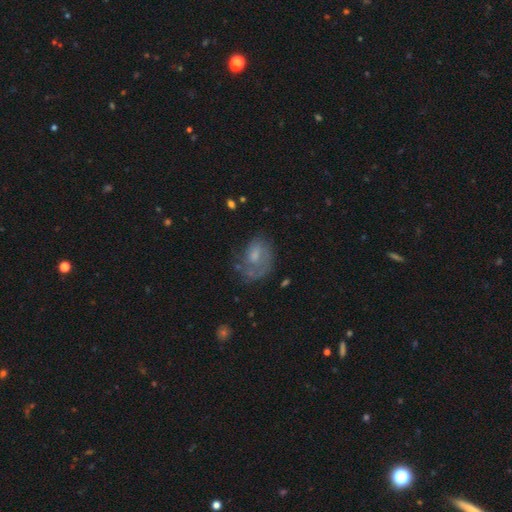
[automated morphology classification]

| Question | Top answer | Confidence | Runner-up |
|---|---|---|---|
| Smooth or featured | featured or disk | 55% | smooth (36%) |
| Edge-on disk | no | 96% | yes (4%) |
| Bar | no | 63% | weak (32%) |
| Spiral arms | yes | 66% | no (34%) |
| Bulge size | moderate | 39% | small (37%) |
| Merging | none | 49% | minor disturbance (25%) |